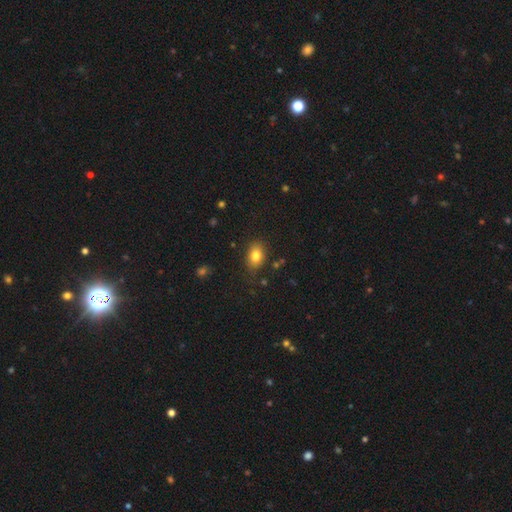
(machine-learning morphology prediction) Q: Smooth or featured?
A: smooth (81%); runner-up: star or artifact (10%)
Q: How rounded?
A: in between (77%); runner-up: round (22%)
Q: Merging?
A: none (80%); runner-up: minor disturbance (14%)